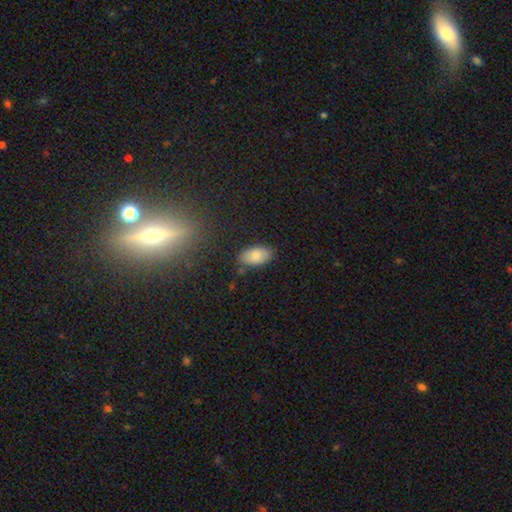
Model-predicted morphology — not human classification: type=smooth (85%); roundness=in between (94%); merging=none (79%).